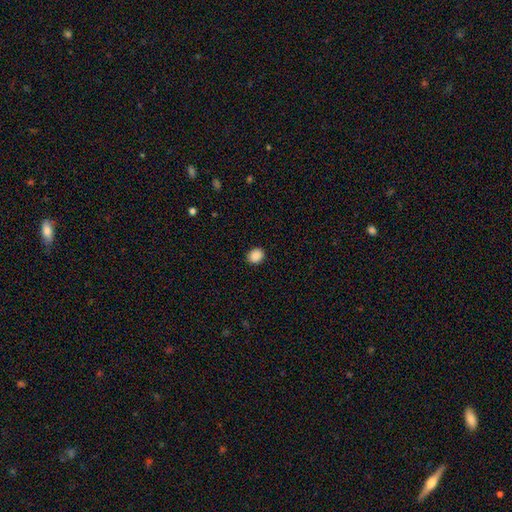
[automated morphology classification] This is clearly a smooth galaxy (89%). How rounded: likely round (72%). Merging: clearly none (91%).